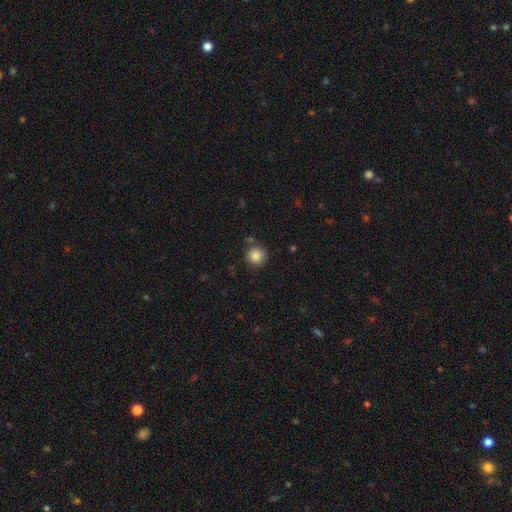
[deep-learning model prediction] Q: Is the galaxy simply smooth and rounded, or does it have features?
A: smooth — 86%.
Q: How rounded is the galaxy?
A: round — 93%.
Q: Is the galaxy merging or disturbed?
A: none — 83%.